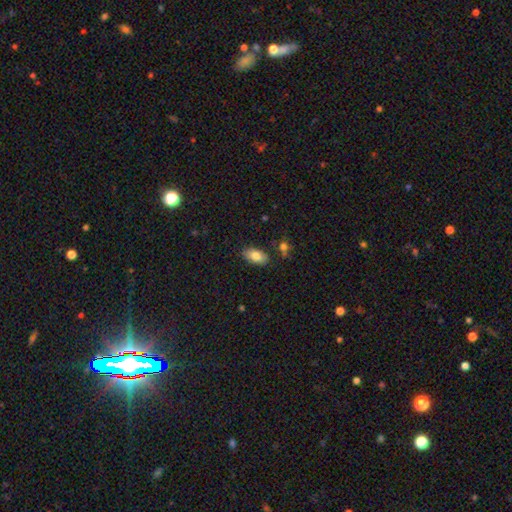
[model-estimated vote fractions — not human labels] Smooth or featured? Predicted: smooth (p=0.82). How rounded? Predicted: in between (p=0.93). Merging? Predicted: none (p=0.84).